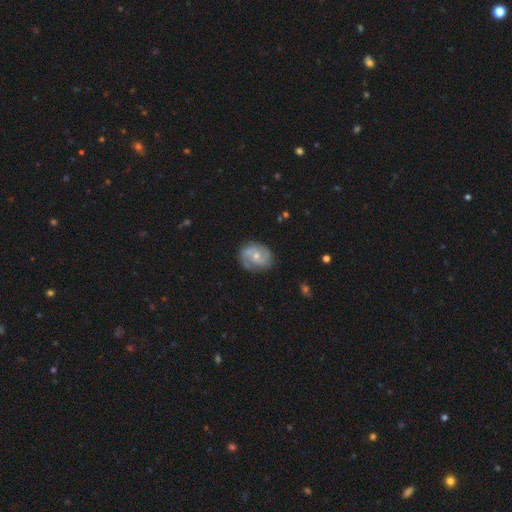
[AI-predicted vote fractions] Smooth or featured: featured or disk — 74% (smooth — 20%)
Edge-on disk: no — 97% (yes — 3%)
Bar: no — 60% (weak — 34%)
Spiral arms: yes — 90% (no — 10%)
Spiral winding: medium — 46% (tight — 37%)
Spiral arm count: 2 — 72% (can't tell — 13%)
Bulge size: moderate — 50% (small — 45%)
Merging: none — 73% (minor disturbance — 19%)